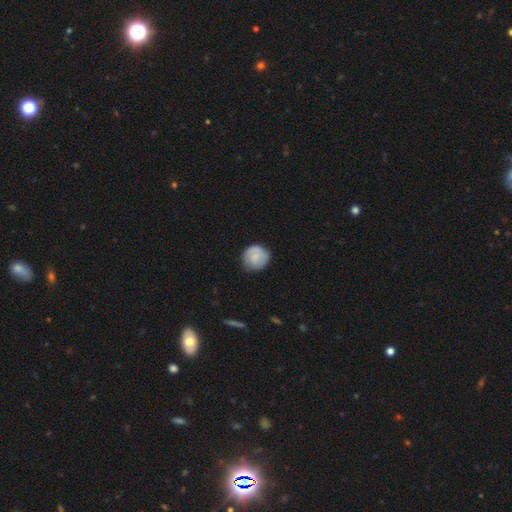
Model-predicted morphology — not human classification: This appears to be a smooth galaxy with no disk features (68%) that is round (90%). Merging: none (79%).